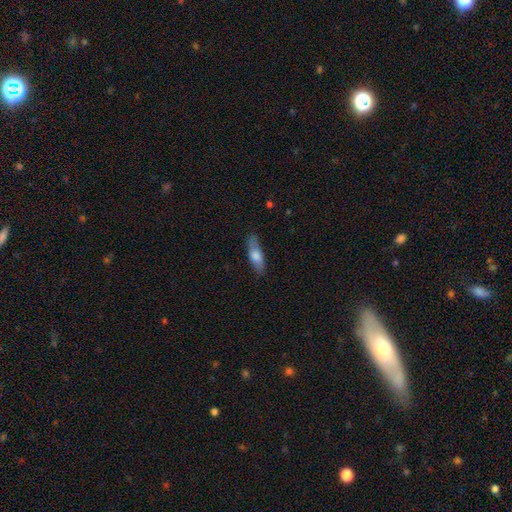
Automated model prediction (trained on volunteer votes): smooth 69%, featured or disk 25%, star or artifact 6%. Down the decision tree: how rounded — cigar-shaped (50%); merging — none (81%).